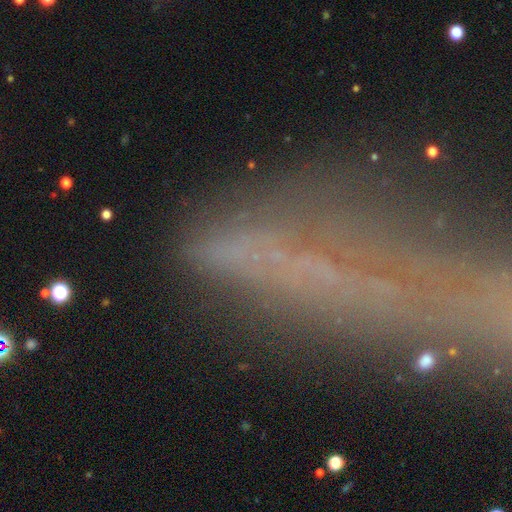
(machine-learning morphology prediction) Q: Smooth or featured?
A: star or artifact (38%); runner-up: featured or disk (36%)